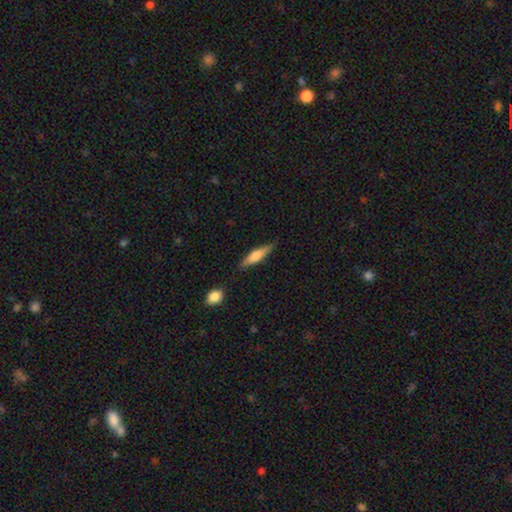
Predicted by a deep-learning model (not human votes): smooth 59%, featured or disk 35%, star or artifact 6%. Down the decision tree: how rounded — cigar-shaped (76%); merging — none (82%).